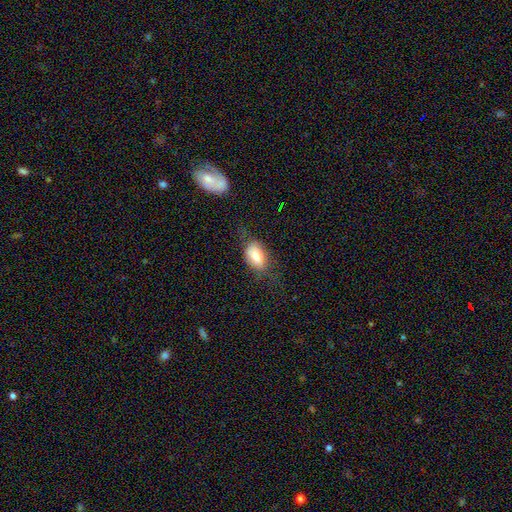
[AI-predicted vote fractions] Overall: smooth (76%). How rounded: in between (88%). Merging: none (61%; minor disturbance 25%).